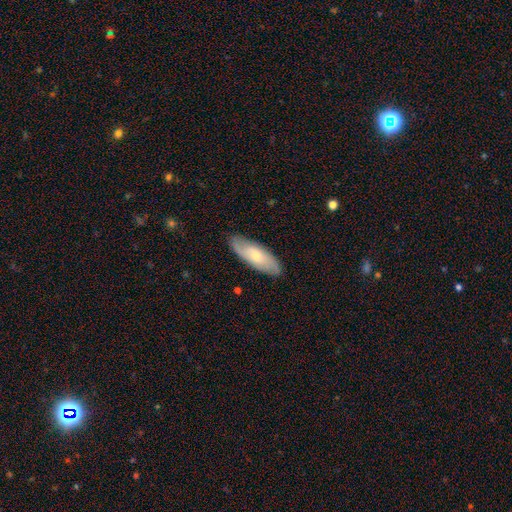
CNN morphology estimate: smooth_or_featured: smooth (p=0.48) [alt: featured or disk p=0.46]
merging: none (p=0.84) [alt: minor disturbance p=0.13]